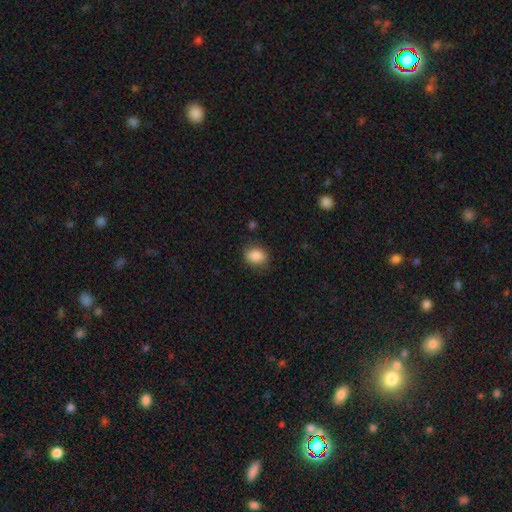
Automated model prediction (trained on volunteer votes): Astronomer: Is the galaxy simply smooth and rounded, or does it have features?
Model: smooth — 87%.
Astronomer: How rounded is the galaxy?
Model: in between — 59% (runner-up: round, 40%).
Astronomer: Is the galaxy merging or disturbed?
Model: none — 78%.